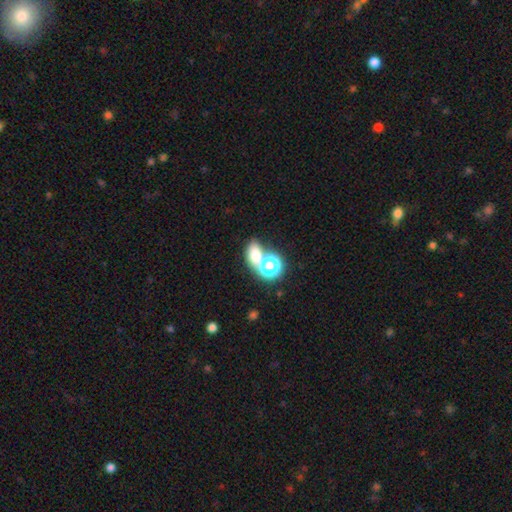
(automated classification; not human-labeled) smooth-or-featured: smooth: 70% | star or artifact: 18% | featured or disk: 12%
  how-rounded: in between: 66% | round: 32% | cigar-shaped: 2%
  merging: merger: 44% | none: 42% | minor disturbance: 9% | major disturbance: 5%